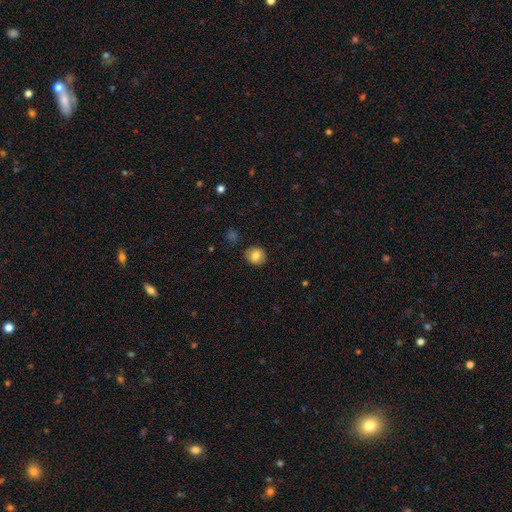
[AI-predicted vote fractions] A smooth galaxy with no disk features (79%) that is round (80%).

Vote fractions:
- Smooth or featured? smooth: 79% / featured or disk: 12% / star or artifact: 9%
- How rounded? round: 80% / in between: 19% / cigar-shaped: 1%
- Merging? none: 89% / minor disturbance: 8% / major disturbance: 2% / merger: 1%